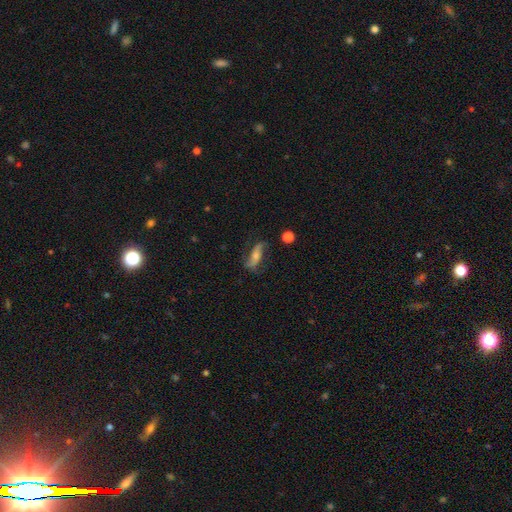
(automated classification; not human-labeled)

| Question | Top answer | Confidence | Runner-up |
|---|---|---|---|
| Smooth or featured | featured or disk | 65% | smooth (26%) |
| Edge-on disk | no | 83% | yes (17%) |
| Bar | no | 47% | weak (27%) |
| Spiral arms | yes | 89% | no (11%) |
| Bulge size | small | 45% | moderate (41%) |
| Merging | none | 68% | minor disturbance (20%) |